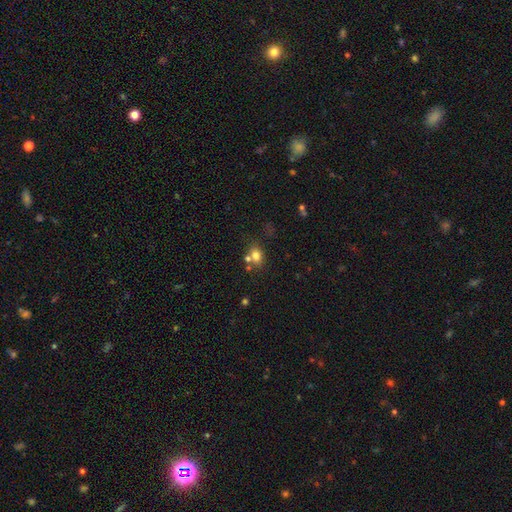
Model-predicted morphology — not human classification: smooth_or_featured: smooth (p=0.74) [alt: star or artifact p=0.14]
how_rounded: in between (p=0.55) [alt: round p=0.43]
merging: none (p=0.53) [alt: merger p=0.28]